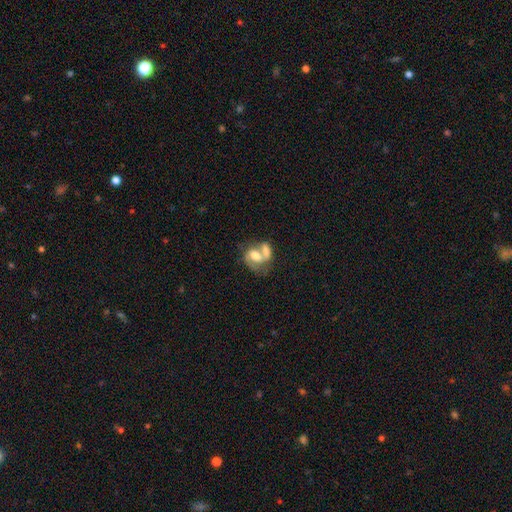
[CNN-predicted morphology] type=featured or disk (54%); edge-on=no (97%); bar=no (51%); spiral arms=yes (68%); bulge=moderate (50%); merging=merger (61%).